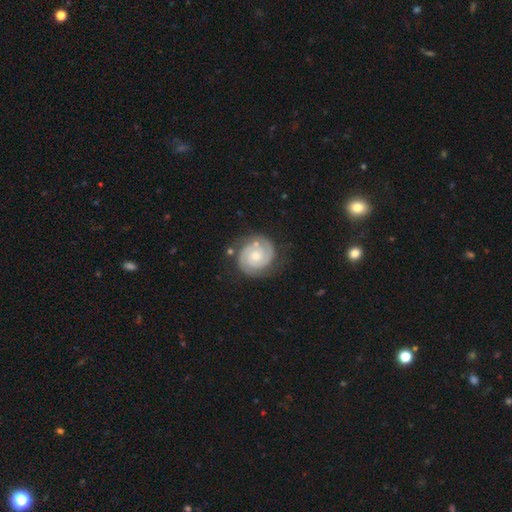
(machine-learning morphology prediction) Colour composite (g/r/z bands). It shows a featured or disk galaxy (86%) with no bar (69%), 2 (86%) tight (74%) spiral arms (98%) and a moderate central bulge (51%). Merging: none (78%).